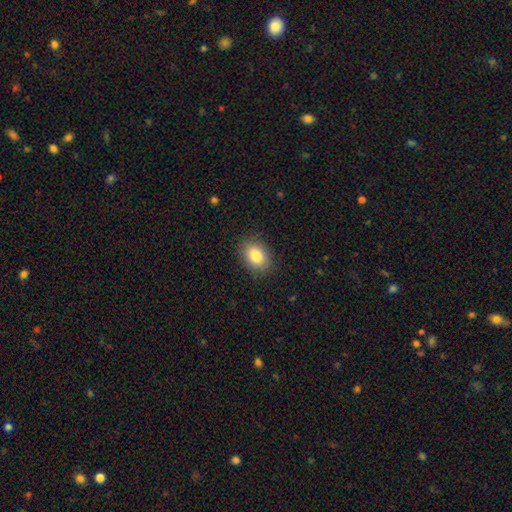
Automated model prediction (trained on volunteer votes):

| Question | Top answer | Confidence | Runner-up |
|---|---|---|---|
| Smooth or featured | smooth | 84% | star or artifact (8%) |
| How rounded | in between | 72% | round (26%) |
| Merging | none | 87% | minor disturbance (10%) |